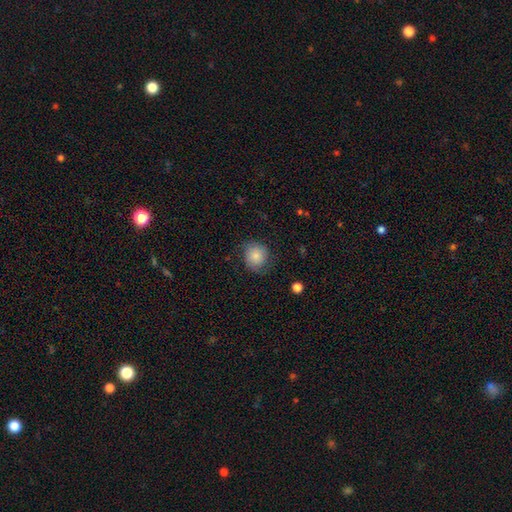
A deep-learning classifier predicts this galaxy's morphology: This is likely a smooth galaxy (75%). How rounded: likely round (78%). Merging: likely none (69%).